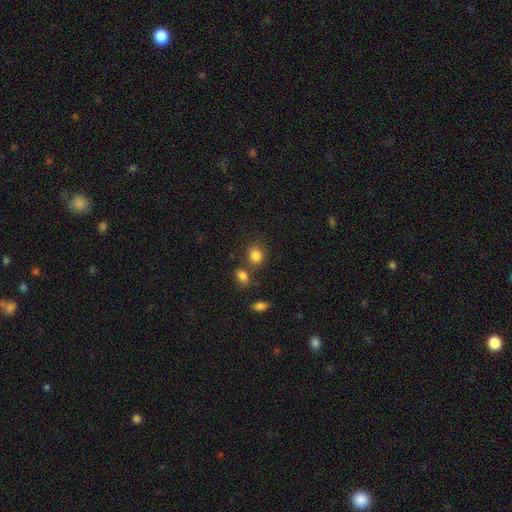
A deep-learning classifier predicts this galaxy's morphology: This is clearly a smooth galaxy (84%). How rounded: likely round (67%). Merging: likely none (66%).